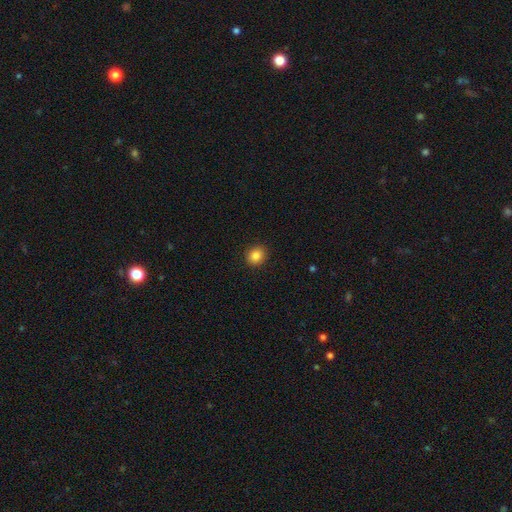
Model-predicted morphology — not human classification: type=smooth (85%); roundness=round (76%); merging=none (90%).